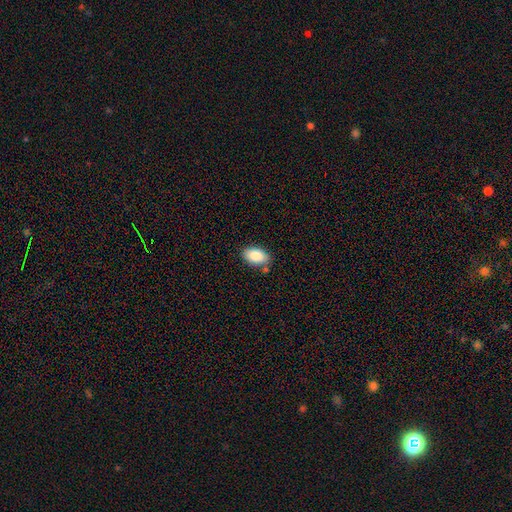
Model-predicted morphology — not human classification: Q: Smooth or featured?
A: smooth (87%); runner-up: star or artifact (7%)
Q: How rounded?
A: in between (92%); runner-up: round (6%)
Q: Merging?
A: none (78%); runner-up: minor disturbance (14%)